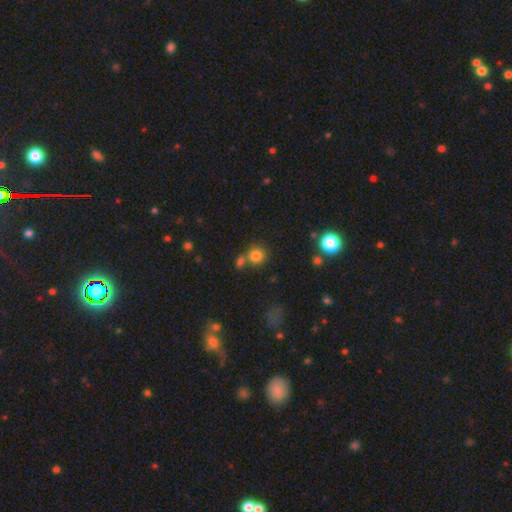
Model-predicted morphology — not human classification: A smooth galaxy with no disk features (79%) that is round (85%). Merging: none (58%).